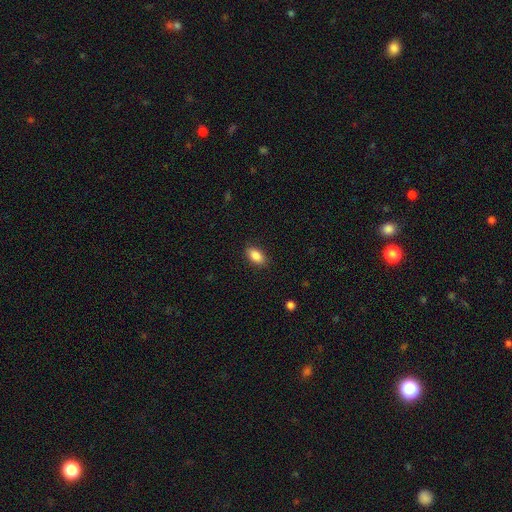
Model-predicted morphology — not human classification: smooth 88%, star or artifact 8%, featured or disk 5%. Down the decision tree: how rounded — in between (91%); merging — none (87%).